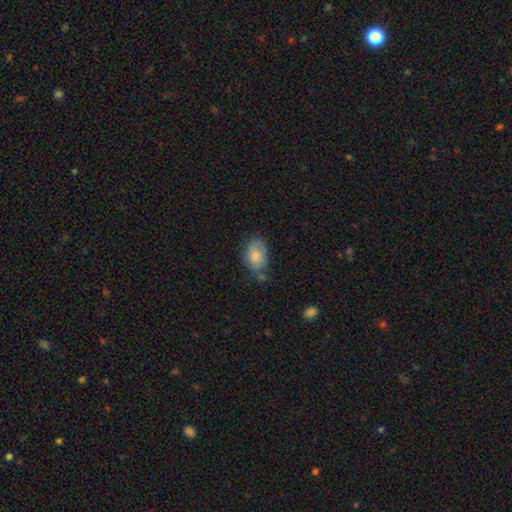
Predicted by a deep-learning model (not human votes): Smooth or featured? smooth (76%)
How rounded? in between (88%)
Merging? none (53%)